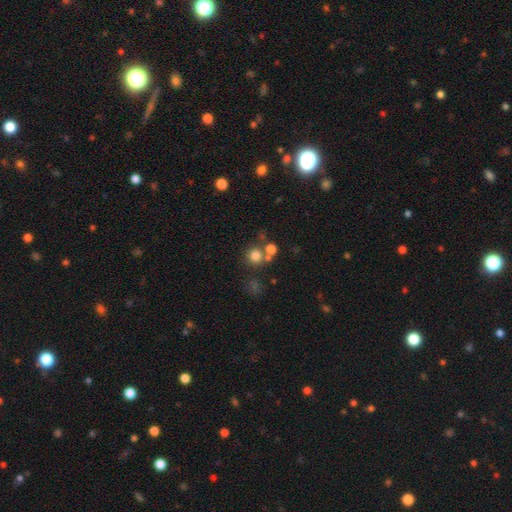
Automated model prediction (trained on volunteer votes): This appears to be a smooth galaxy with no disk features (75%) that is round (90%). Merging: none (63%).